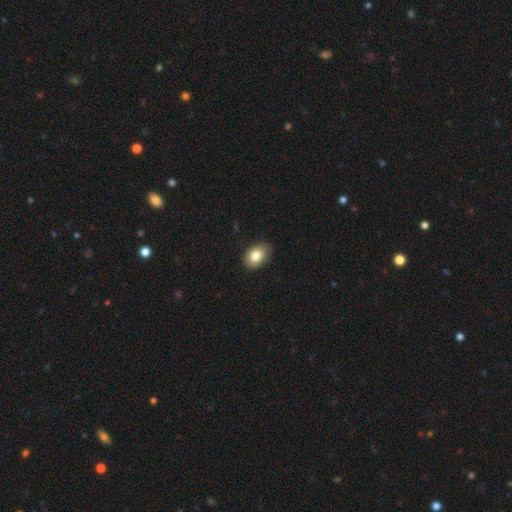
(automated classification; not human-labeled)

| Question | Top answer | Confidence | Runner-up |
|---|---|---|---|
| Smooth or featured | smooth | 82% | featured or disk (11%) |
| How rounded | in between | 81% | round (18%) |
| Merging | none | 82% | minor disturbance (15%) |